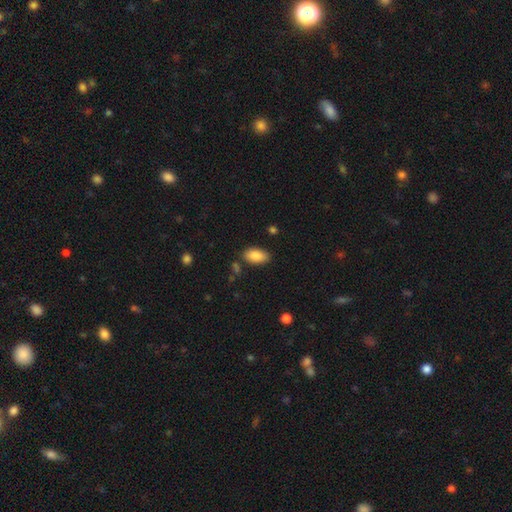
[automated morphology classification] type=smooth (88%); roundness=in between (93%); merging=none (83%).